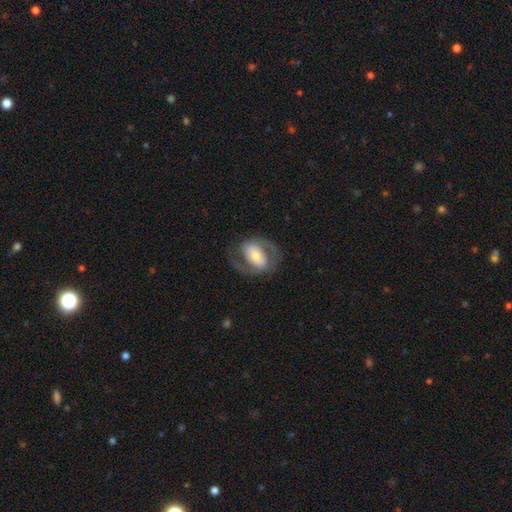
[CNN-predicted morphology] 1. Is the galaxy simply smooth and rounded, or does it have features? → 75% featured or disk, 20% smooth, 5% star or artifact.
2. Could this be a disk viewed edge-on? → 96% no, 4% yes.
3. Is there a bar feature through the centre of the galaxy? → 38% strong, 32% weak, 30% no.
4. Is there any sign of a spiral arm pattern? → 81% yes, 19% no.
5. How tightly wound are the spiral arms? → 51% medium, 29% tight, 20% loose.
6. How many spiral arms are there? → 87% 2, 7% can't tell, 4% 1, 1% 3, 1% 4, 1% more than 4.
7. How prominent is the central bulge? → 55% moderate, 31% small, 11% large, 2% dominant, 2% none.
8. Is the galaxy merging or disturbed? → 71% none, 14% minor disturbance, 13% major disturbance, 1% merger.